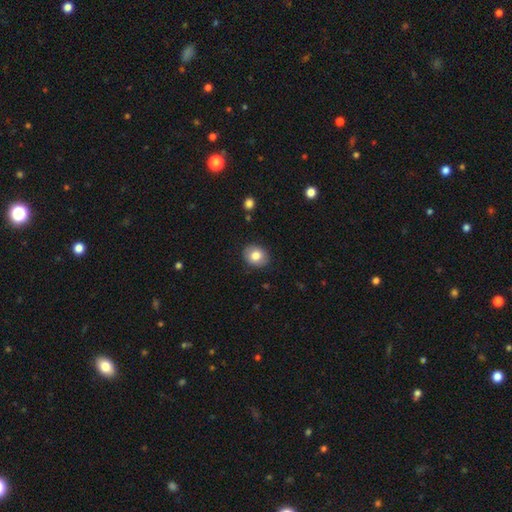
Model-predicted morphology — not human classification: Smooth or featured? smooth (80%)
How rounded? round (61%)
Merging? none (88%)